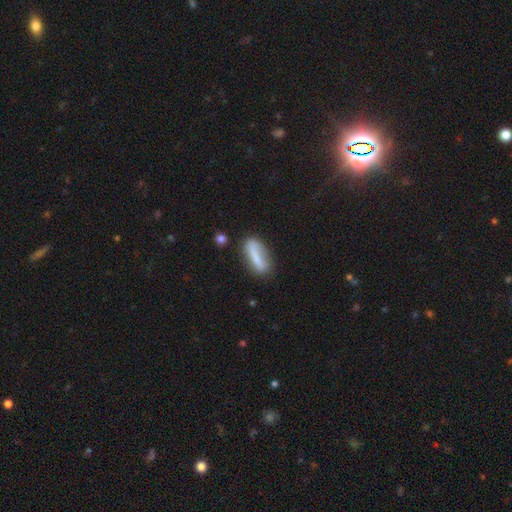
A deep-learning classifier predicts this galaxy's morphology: This appears to be a smooth galaxy with no disk features (69%) that is cigar-shaped (51%). Merging: none (65%).